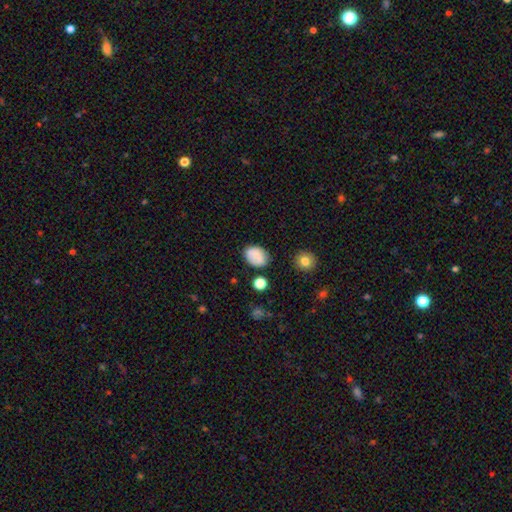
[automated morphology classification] Smooth or featured?
  - smooth: 81% *
  - featured or disk: 10%
  - star or artifact: 9%
How rounded?
  - in between: 70% *
  - round: 29%
  - cigar-shaped: 1%
Merging?
  - none: 78% *
  - minor disturbance: 15%
  - major disturbance: 4%
  - merger: 3%